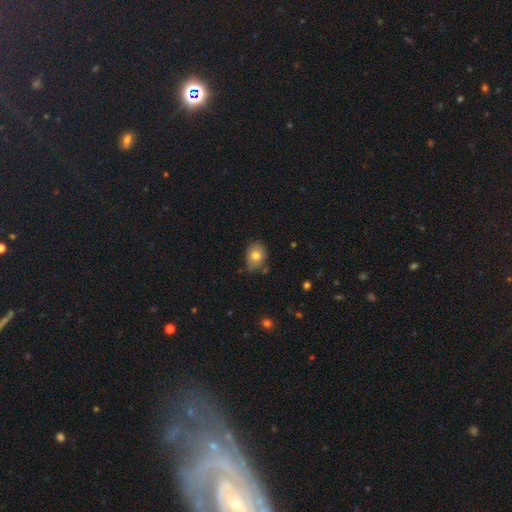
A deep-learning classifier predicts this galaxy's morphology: This is likely a smooth galaxy (78%). How rounded: possibly in between (58%). Merging: likely none (66%).